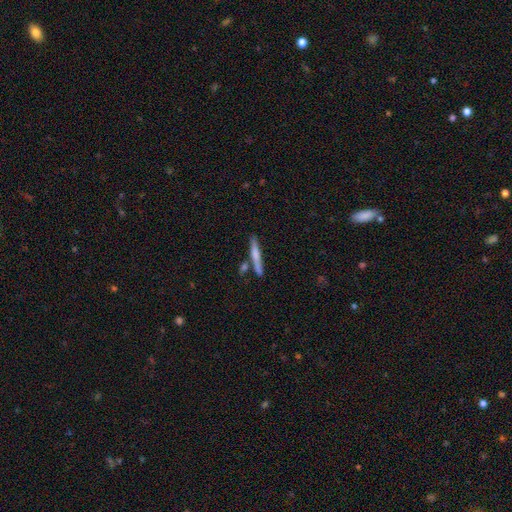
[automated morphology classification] smooth 61%, featured or disk 33%, star or artifact 6%. Down the decision tree: how rounded — cigar-shaped (93%); merging — none (75%).